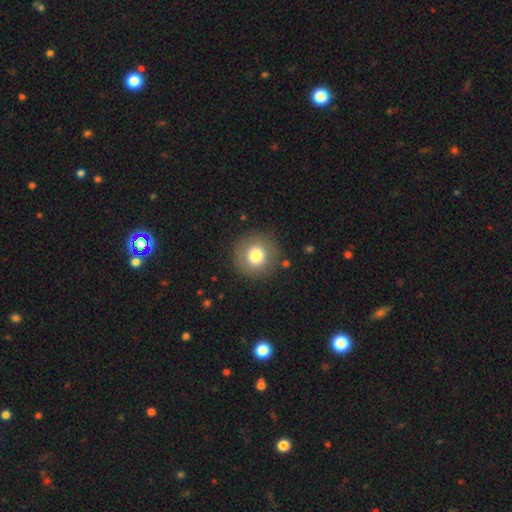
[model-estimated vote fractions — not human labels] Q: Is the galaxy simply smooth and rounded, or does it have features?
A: smooth — 76%.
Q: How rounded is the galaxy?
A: round — 95%.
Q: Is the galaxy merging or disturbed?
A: none — 88%.